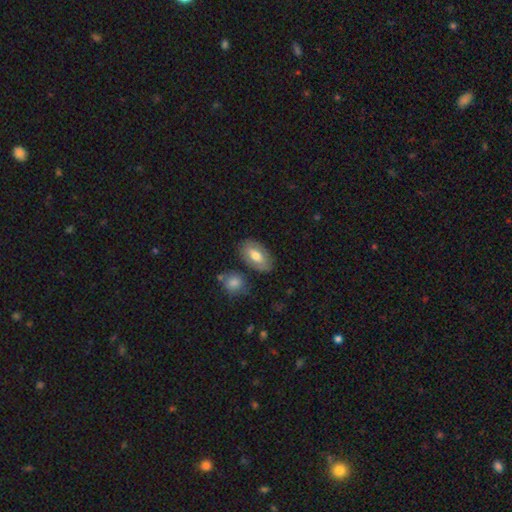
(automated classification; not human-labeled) Morphology: type=smooth (66%); roundness=in between (93%); merging=none (77%).